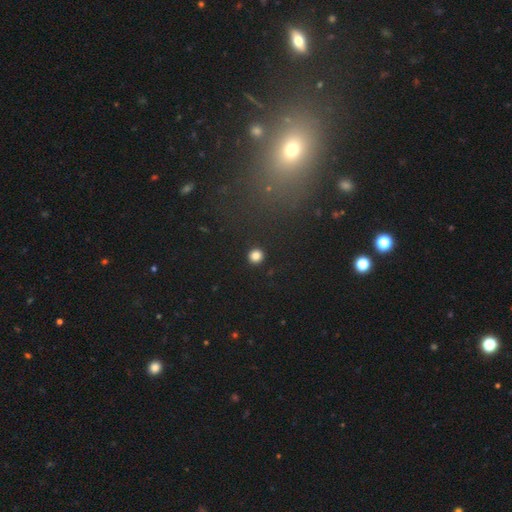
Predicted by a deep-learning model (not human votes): smooth 84%, star or artifact 12%, featured or disk 4%. Down the decision tree: how rounded — round (94%); merging — none (93%).